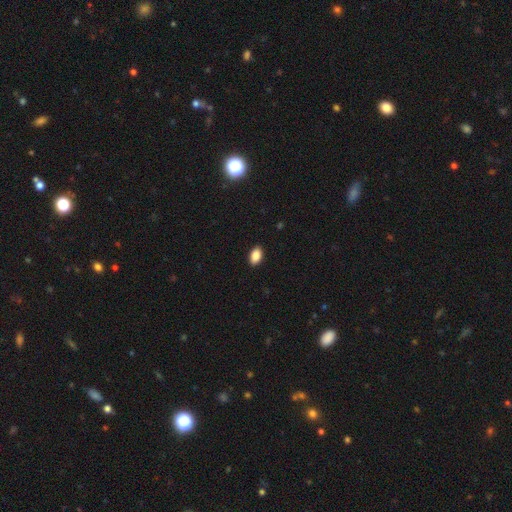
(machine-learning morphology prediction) Overall: smooth (88%). How rounded: in between (92%). Merging: none (91%).